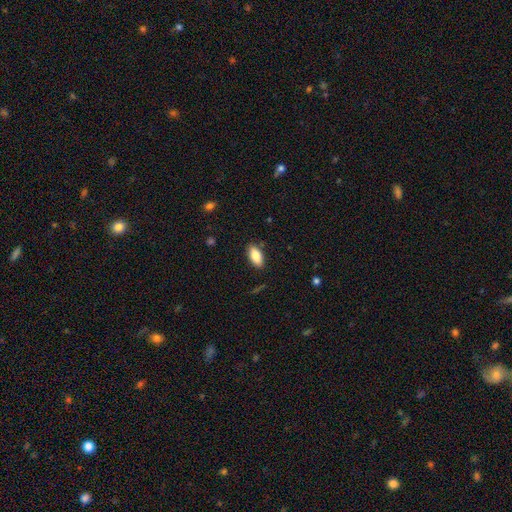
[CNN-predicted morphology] Smooth or featured? smooth (83%)
How rounded? in between (89%)
Merging? none (86%)